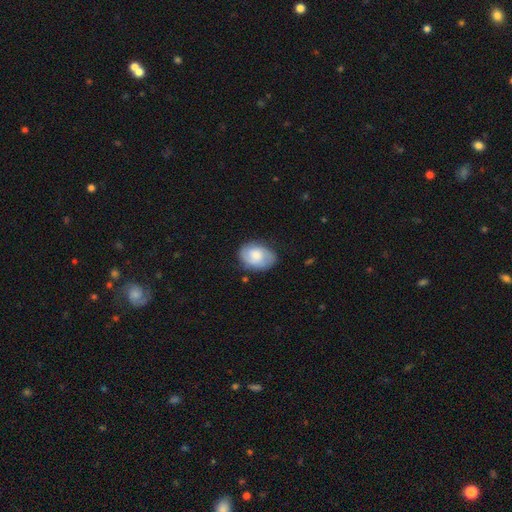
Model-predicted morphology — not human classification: The model was most divided on "smooth or featured": smooth: 56%, featured or disk: 37%, star or artifact: 7%. More confident: how rounded — in between (79%); merging — none (71%).